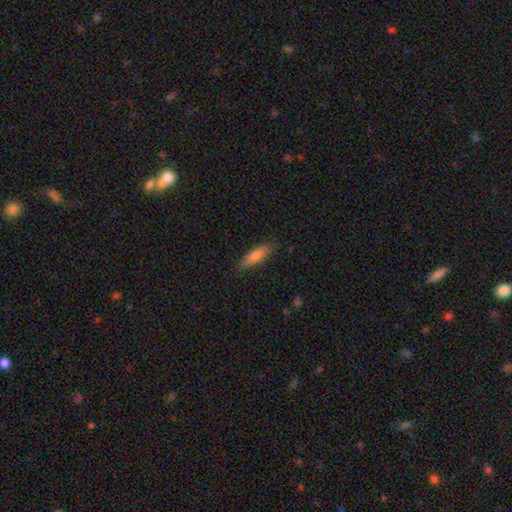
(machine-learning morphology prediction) The model was most divided on "how rounded": cigar-shaped: 70%, in between: 28%, round: 2%. More confident: merging — none (85%); smooth or featured — smooth (68%).